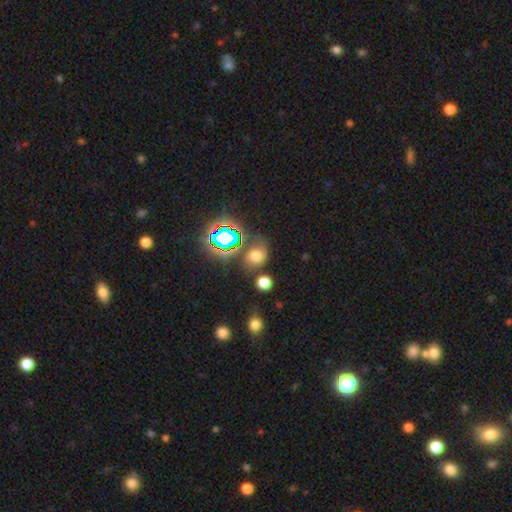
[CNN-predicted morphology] Smooth or featured? Predicted: smooth (p=0.59). How rounded? Predicted: round (p=0.49, tied with in between). Merging? Predicted: none (p=0.63).